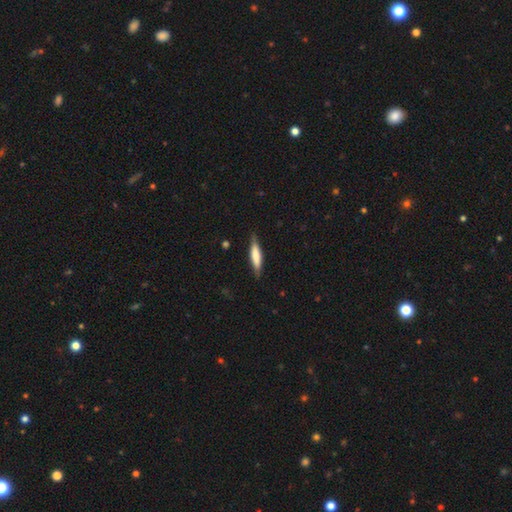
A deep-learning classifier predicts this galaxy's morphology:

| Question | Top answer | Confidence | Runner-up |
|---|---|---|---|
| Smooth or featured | smooth | 62% | featured or disk (32%) |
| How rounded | cigar-shaped | 79% | in between (19%) |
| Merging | none | 83% | minor disturbance (13%) |